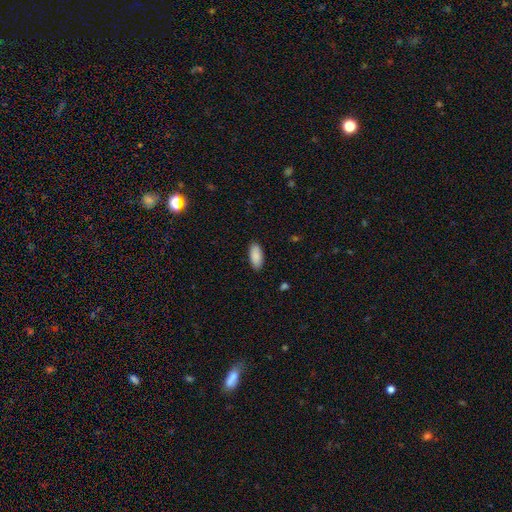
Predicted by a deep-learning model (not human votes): This is clearly a smooth galaxy (90%). How rounded: clearly in between (88%). Merging: clearly none (89%).